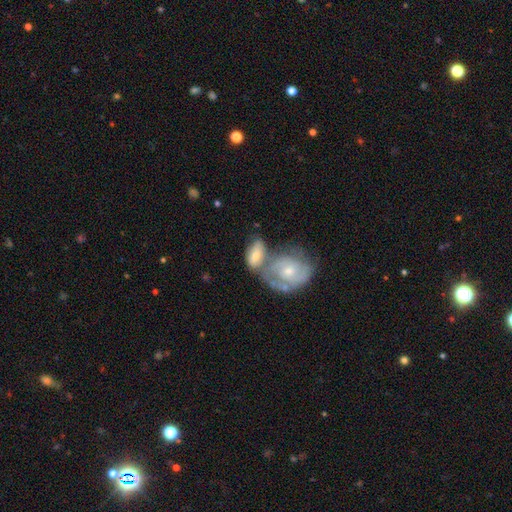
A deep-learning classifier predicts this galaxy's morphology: Smooth or featured? Predicted: featured or disk (p=0.49). Merging? Predicted: merger (p=0.53).